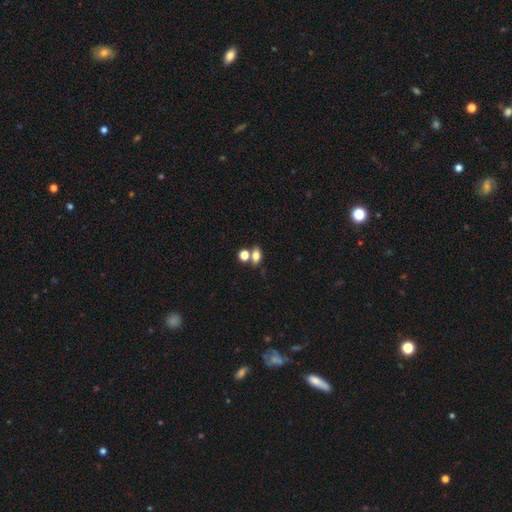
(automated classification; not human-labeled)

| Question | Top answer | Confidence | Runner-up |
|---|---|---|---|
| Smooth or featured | smooth | 74% | featured or disk (13%) |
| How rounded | in between | 72% | round (23%) |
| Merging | none | 51% | merger (34%) |